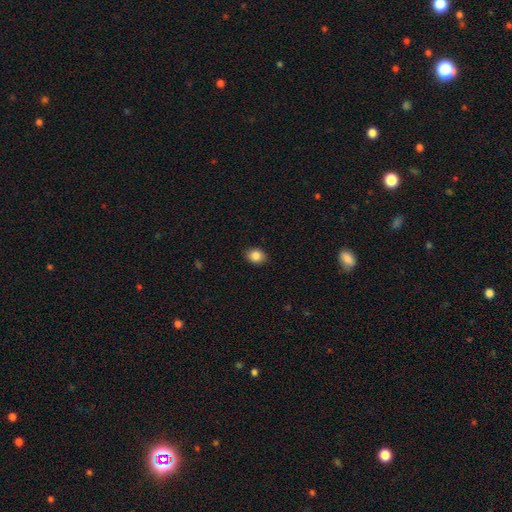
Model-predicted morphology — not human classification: A smooth galaxy with no disk features (86%) that is in between round and cigar-shaped (51%).

Vote fractions:
- Smooth or featured? smooth: 86% / star or artifact: 9% / featured or disk: 5%
- How rounded? in between: 51% / round: 48% / cigar-shaped: 1%
- Merging? none: 89% / minor disturbance: 8% / major disturbance: 2% / merger: 1%